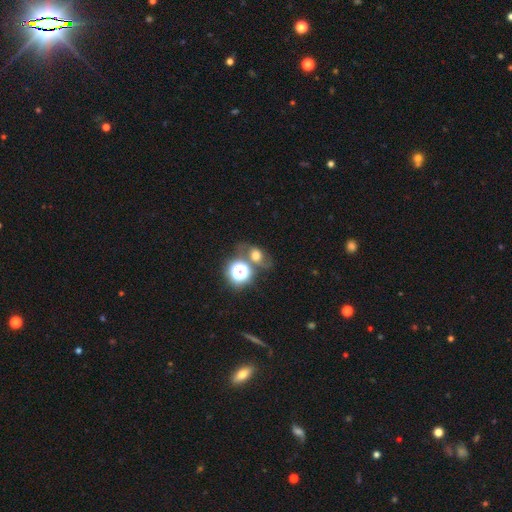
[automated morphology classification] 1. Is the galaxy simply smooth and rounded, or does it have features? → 49% smooth, 27% star or artifact, 24% featured or disk.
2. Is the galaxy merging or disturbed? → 52% none, 19% merger, 17% minor disturbance, 12% major disturbance.